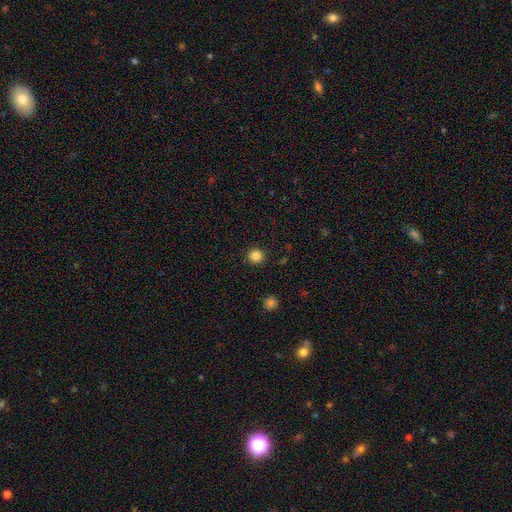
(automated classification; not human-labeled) Q: Smooth or featured?
A: smooth (84%); runner-up: star or artifact (12%)
Q: How rounded?
A: round (94%); runner-up: in between (5%)
Q: Merging?
A: none (92%); runner-up: minor disturbance (5%)